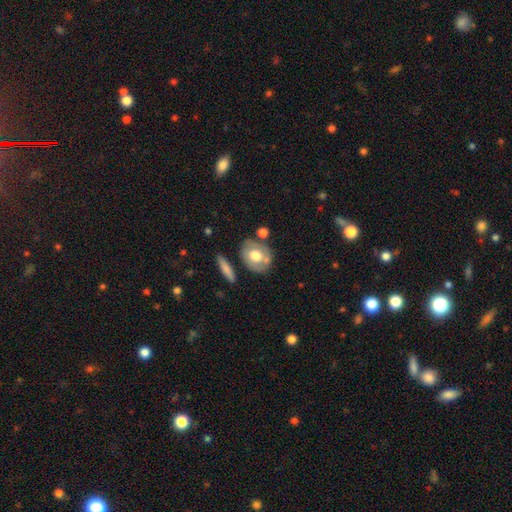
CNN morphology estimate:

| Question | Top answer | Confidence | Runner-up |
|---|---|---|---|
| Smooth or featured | smooth | 53% | featured or disk (40%) |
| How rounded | round | 49% | tied: in between (49%) |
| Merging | none | 66% | minor disturbance (17%) |